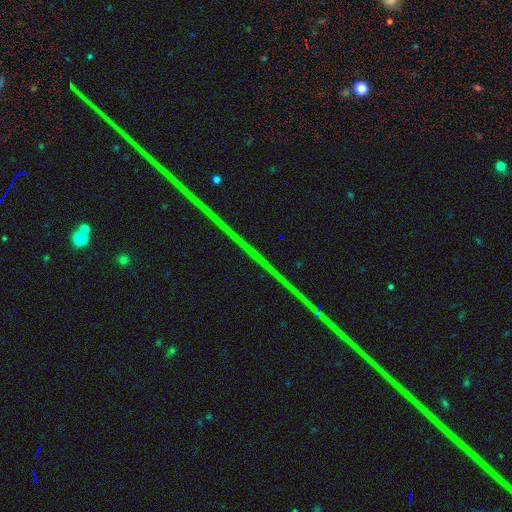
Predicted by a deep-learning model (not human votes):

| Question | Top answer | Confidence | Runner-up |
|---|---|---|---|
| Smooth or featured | star or artifact | 90% | featured or disk (6%) |